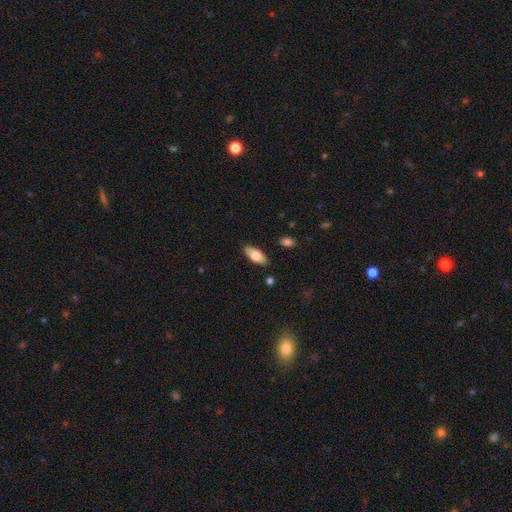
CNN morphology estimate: smooth_or_featured: smooth (p=0.74) [alt: featured or disk p=0.20]
how_rounded: in between (p=0.88) [alt: cigar-shaped p=0.09]
merging: none (p=0.86) [alt: minor disturbance p=0.10]